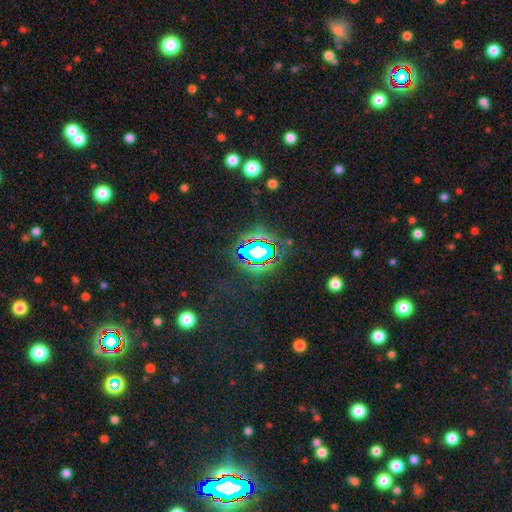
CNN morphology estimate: Smooth or featured? Predicted: star or artifact (p=0.77).